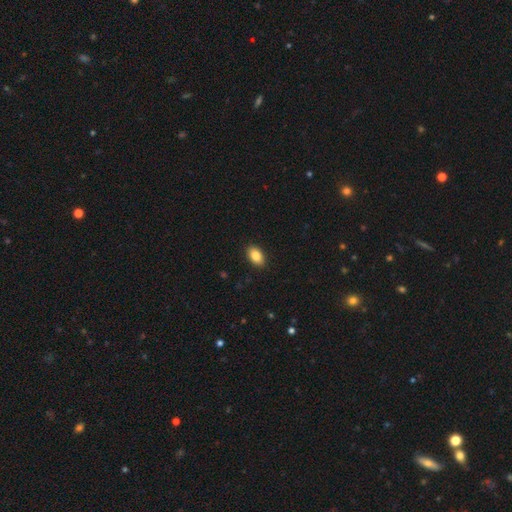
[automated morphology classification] This is clearly a smooth galaxy (87%). How rounded: clearly in between (92%). Merging: clearly none (90%).